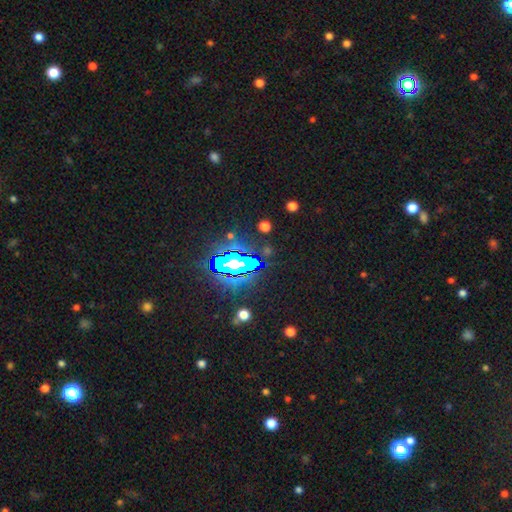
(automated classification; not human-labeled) Smooth or featured? star or artifact (81%)